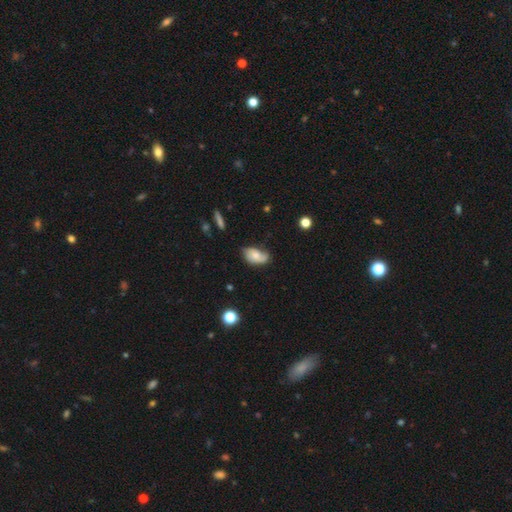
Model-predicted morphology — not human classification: Q: Smooth or featured?
A: smooth (55%); runner-up: featured or disk (37%)
Q: How rounded?
A: in between (90%); runner-up: round (8%)
Q: Merging?
A: none (49%); runner-up: minor disturbance (36%)